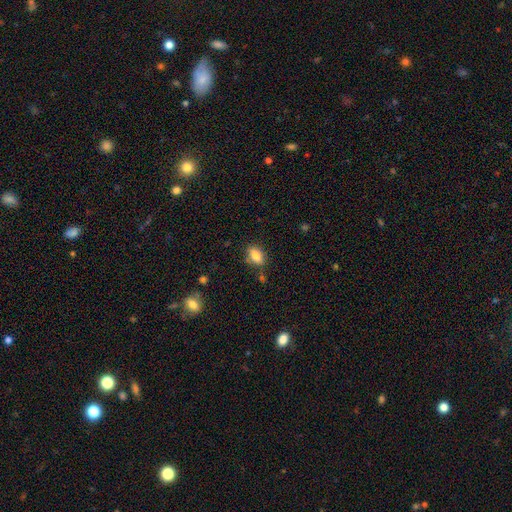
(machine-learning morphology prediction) smooth_or_featured: smooth (p=0.84) [alt: star or artifact p=0.09]
how_rounded: in between (p=0.87) [alt: round p=0.11]
merging: none (p=0.75) [alt: minor disturbance p=0.16]